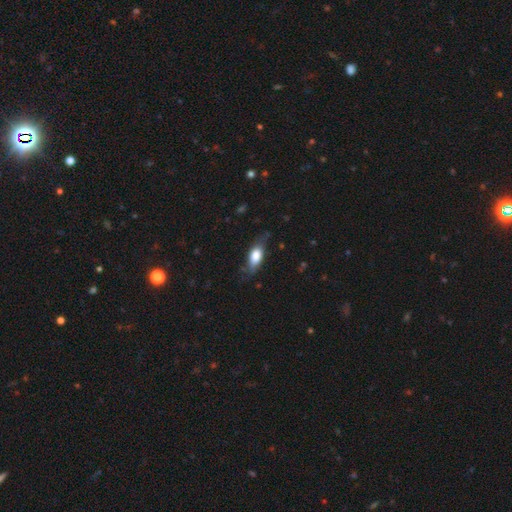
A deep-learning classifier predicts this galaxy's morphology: A smooth galaxy with no disk features (67%) that is in between round and cigar-shaped (78%). Merging: none (63%).